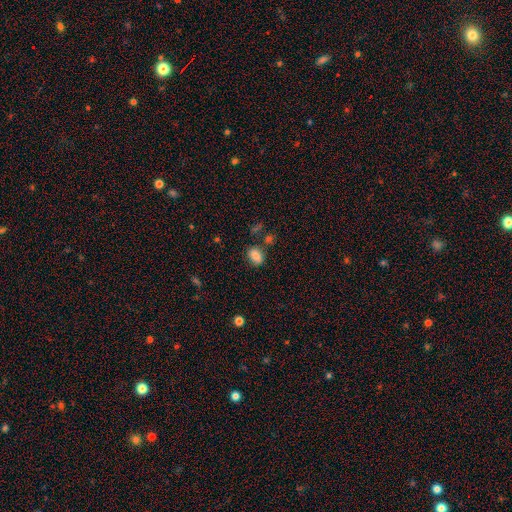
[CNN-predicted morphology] Overall: smooth (79%). How rounded: in between (67%; round 32%). Merging: none (71%).